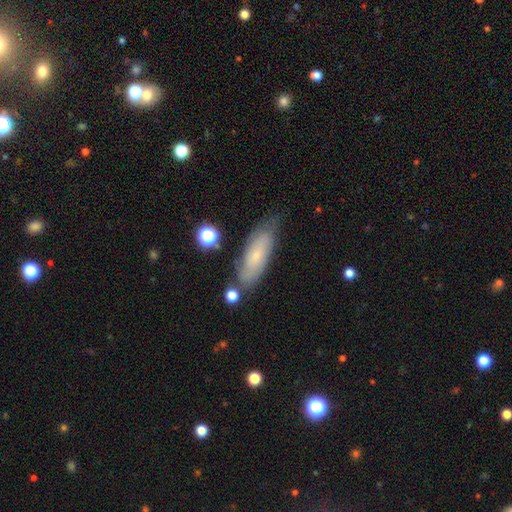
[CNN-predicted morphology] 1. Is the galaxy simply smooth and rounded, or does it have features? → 56% smooth, 36% featured or disk, 8% star or artifact.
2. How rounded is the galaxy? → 59% in between, 39% cigar-shaped, 2% round.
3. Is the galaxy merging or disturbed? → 73% none, 19% minor disturbance, 5% major disturbance, 4% merger.